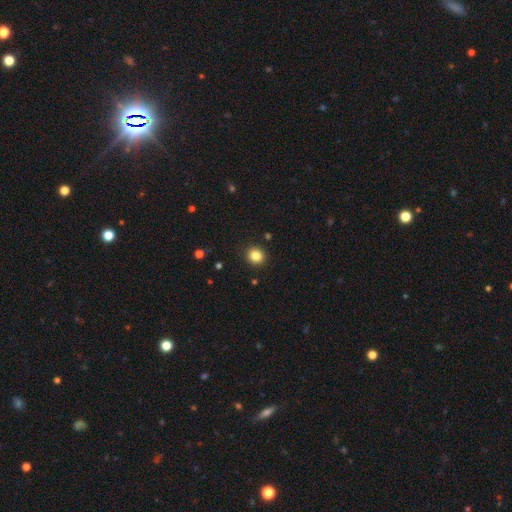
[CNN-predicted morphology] smooth-or-featured: smooth: 85% | star or artifact: 11% | featured or disk: 4%
  how-rounded: round: 84% | in between: 15% | cigar-shaped: 1%
  merging: none: 91% | minor disturbance: 6% | major disturbance: 2% | merger: 1%